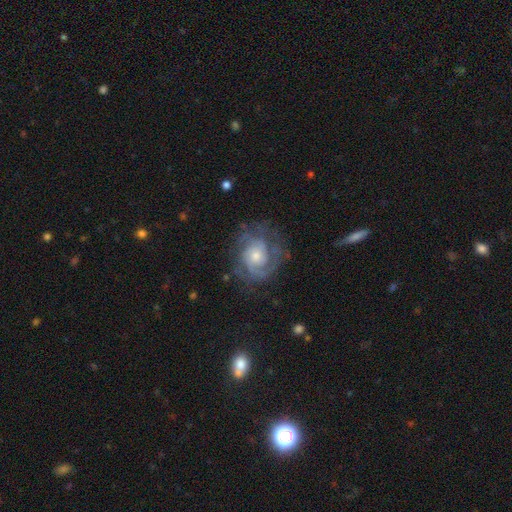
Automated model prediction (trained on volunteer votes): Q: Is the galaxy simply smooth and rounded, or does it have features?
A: featured or disk — 80%.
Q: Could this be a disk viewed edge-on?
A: no — 97%.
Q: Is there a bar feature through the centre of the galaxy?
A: no — 73%.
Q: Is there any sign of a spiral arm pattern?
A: yes — 92%.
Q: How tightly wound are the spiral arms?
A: tight — 56%.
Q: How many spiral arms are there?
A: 2 — 35%.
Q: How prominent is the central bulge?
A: moderate — 48%.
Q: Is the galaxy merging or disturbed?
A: none — 69%.